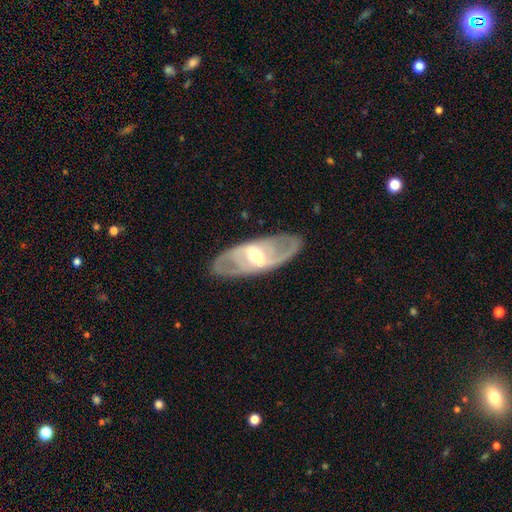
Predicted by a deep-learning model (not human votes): The model was most divided on "bar": strong: 44%, weak: 41%, no: 15%. Remaining: edge-on disk — no (86%); merging — none (84%); smooth or featured — featured or disk (80%); spiral arms — yes (79%); spiral arm count — 2 (77%); bulge size — moderate (62%); spiral winding — medium (46%).